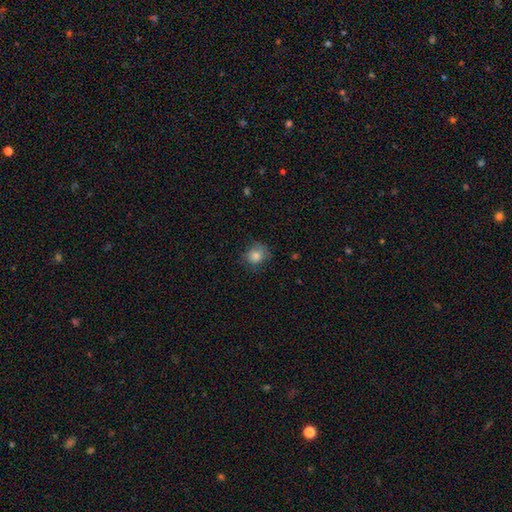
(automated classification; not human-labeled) The model was most divided on "how rounded": round: 71%, in between: 28%, cigar-shaped: 1%. More confident: smooth or featured — smooth (80%); merging — none (70%).